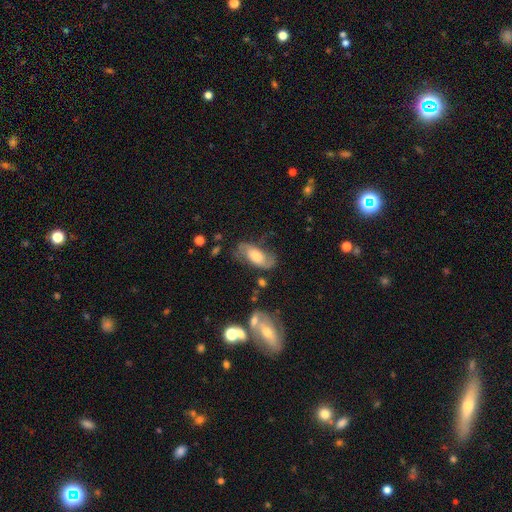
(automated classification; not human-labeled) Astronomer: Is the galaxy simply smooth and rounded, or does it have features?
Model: featured or disk — 57% (runner-up: smooth, 35%).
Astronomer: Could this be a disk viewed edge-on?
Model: no — 90%.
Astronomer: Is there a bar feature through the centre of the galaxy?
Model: no — 62%.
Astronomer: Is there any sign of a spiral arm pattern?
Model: yes — 83%.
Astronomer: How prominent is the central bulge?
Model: moderate — 55%.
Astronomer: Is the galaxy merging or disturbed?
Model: none — 60%.